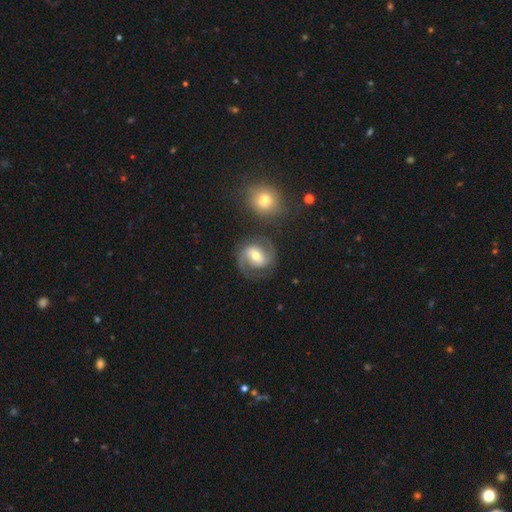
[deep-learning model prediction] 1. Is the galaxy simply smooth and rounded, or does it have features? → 80% featured or disk, 14% smooth, 6% star or artifact.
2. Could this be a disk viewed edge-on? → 98% no, 2% yes.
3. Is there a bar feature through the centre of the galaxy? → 40% weak, 31% strong, 28% no.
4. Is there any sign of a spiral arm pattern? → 93% yes, 7% no.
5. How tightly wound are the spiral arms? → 53% medium, 31% tight, 16% loose.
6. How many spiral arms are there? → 90% 2, 4% can't tell, 4% 1, 1% 3, 1% 4, 1% more than 4.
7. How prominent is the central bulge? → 70% moderate, 22% small, 6% large, 1% dominant, 1% none.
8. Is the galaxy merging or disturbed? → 76% none, 12% minor disturbance, 6% major disturbance, 5% merger.